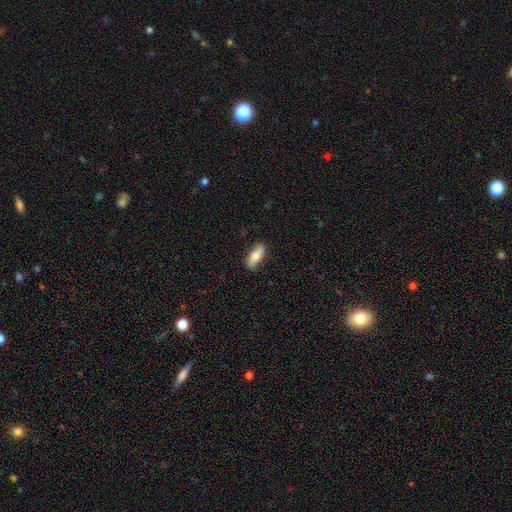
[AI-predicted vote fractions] Smooth or featured?
  - smooth: 75% *
  - featured or disk: 19%
  - star or artifact: 6%
How rounded?
  - in between: 68% *
  - cigar-shaped: 29%
  - round: 3%
Merging?
  - none: 84% *
  - minor disturbance: 13%
  - major disturbance: 2%
  - merger: 1%